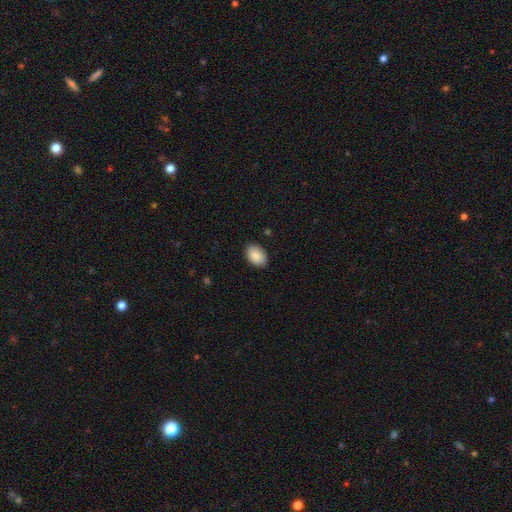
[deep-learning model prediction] A smooth galaxy with no disk features (90%) that is in between round and cigar-shaped (86%). Merging: none (88%).